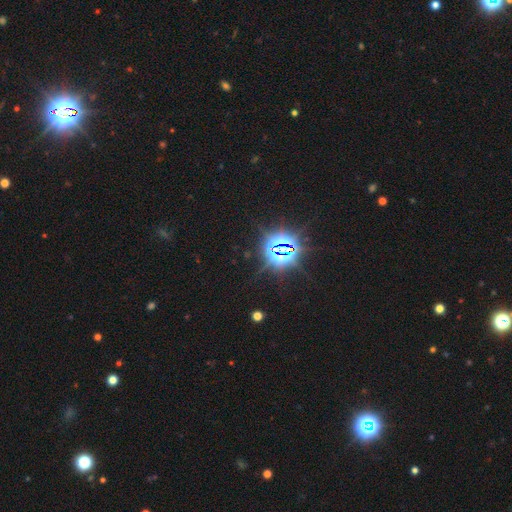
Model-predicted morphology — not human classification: Overall: star or artifact (84%).